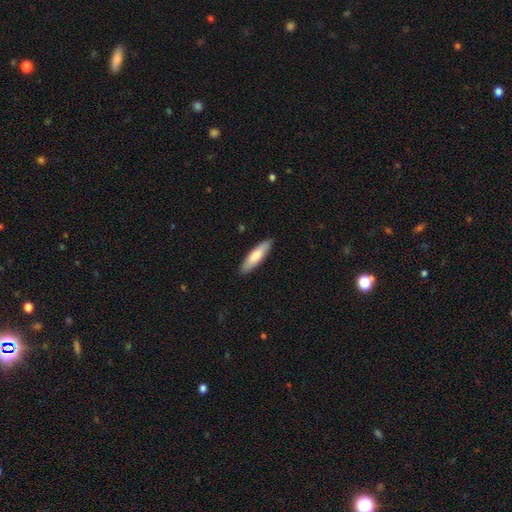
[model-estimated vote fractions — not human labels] This appears to be a smooth galaxy with no disk features (78%) that is cigar-shaped (63%). Merging: none (89%).